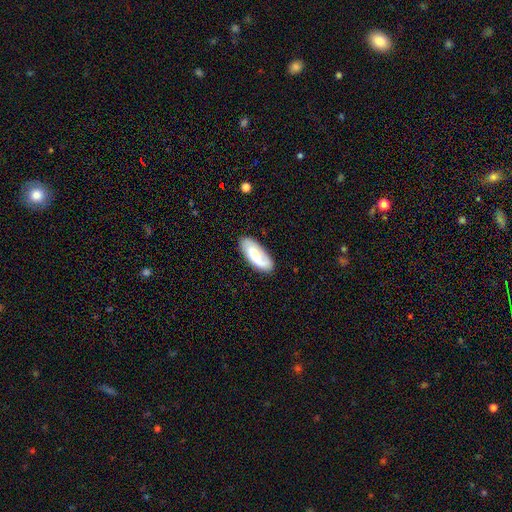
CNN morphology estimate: A smooth galaxy with no disk features (52%) that is in between round and cigar-shaped (84%).

Vote fractions:
- Smooth or featured? smooth: 52% / featured or disk: 42% / star or artifact: 6%
- How rounded? in between: 84% / cigar-shaped: 14% / round: 2%
- Merging? none: 81% / minor disturbance: 14% / major disturbance: 4% / merger: 1%